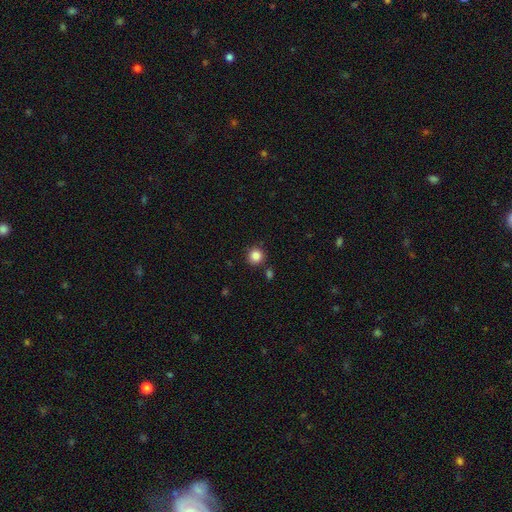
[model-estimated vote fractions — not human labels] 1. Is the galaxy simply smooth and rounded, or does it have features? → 85% smooth, 11% star or artifact, 4% featured or disk.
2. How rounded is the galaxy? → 94% round, 5% in between, 1% cigar-shaped.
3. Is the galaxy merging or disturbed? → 86% none, 7% minor disturbance, 4% merger, 2% major disturbance.